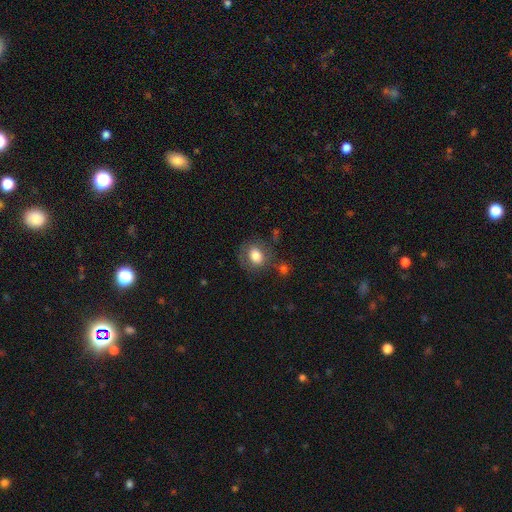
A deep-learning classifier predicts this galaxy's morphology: A smooth galaxy with no disk features (76%) that is round (58%).

Vote fractions:
- Smooth or featured? smooth: 76% / featured or disk: 16% / star or artifact: 9%
- How rounded? round: 58% / in between: 41% / cigar-shaped: 1%
- Merging? none: 66% / minor disturbance: 19% / major disturbance: 9% / merger: 5%